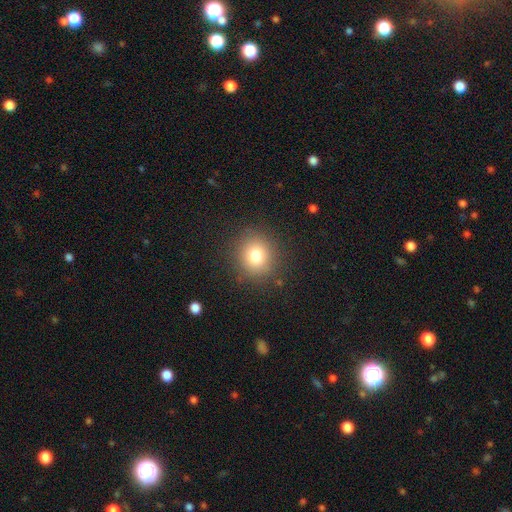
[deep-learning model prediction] Smooth or featured? Predicted: smooth (p=0.78). How rounded? Predicted: round (p=0.86). Merging? Predicted: none (p=0.88).